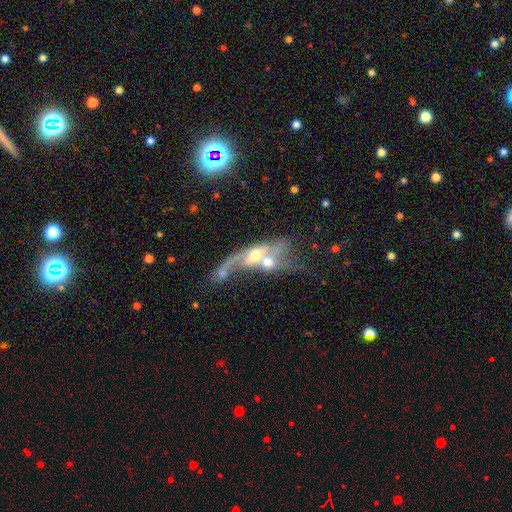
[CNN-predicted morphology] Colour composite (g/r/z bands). It shows a featured or disk galaxy (67%) with no bar (62%), spiral arms (56%) and a moderate central bulge (63%). Merging: merger (68%).